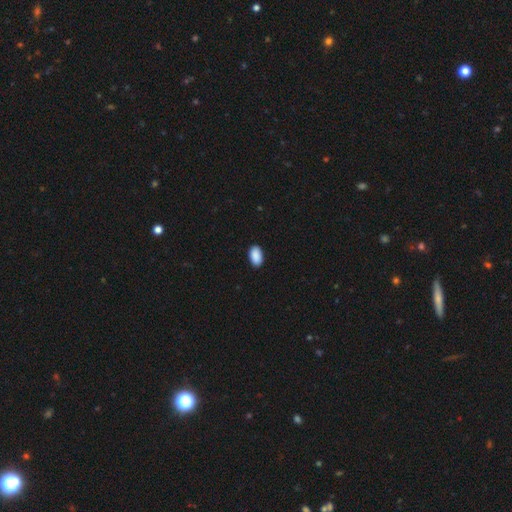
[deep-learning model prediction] The model was most divided on "merging": none: 90%, minor disturbance: 8%, major disturbance: 2%, merger: 1%. More confident: how rounded — in between (94%); smooth or featured — smooth (91%).